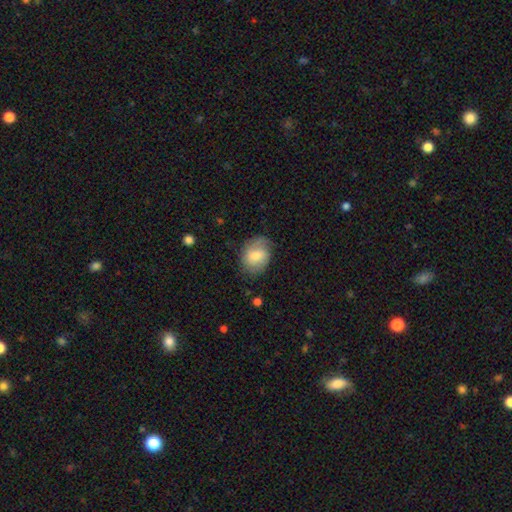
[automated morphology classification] Smooth or featured?
  - smooth: 60% *
  - featured or disk: 33%
  - star or artifact: 7%
How rounded?
  - in between: 57% *
  - round: 42%
  - cigar-shaped: 1%
Merging?
  - none: 68% *
  - minor disturbance: 23%
  - major disturbance: 8%
  - merger: 1%